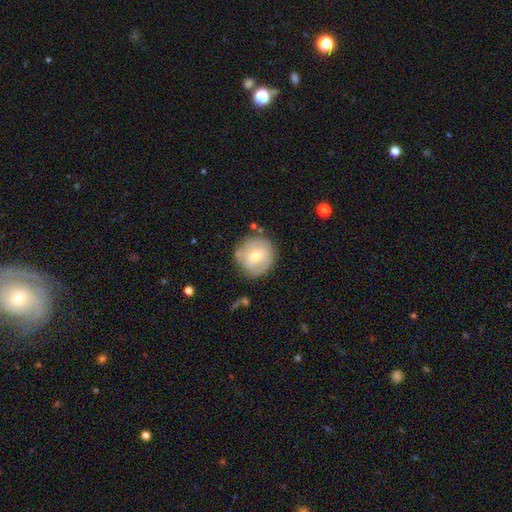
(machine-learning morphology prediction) The model was most divided on "bar": no: 49%, weak: 41%, strong: 10%. More confident: edge-on disk — no (97%); spiral arms — yes (76%); merging — none (74%); bulge size — moderate (64%); smooth or featured — featured or disk (60%).